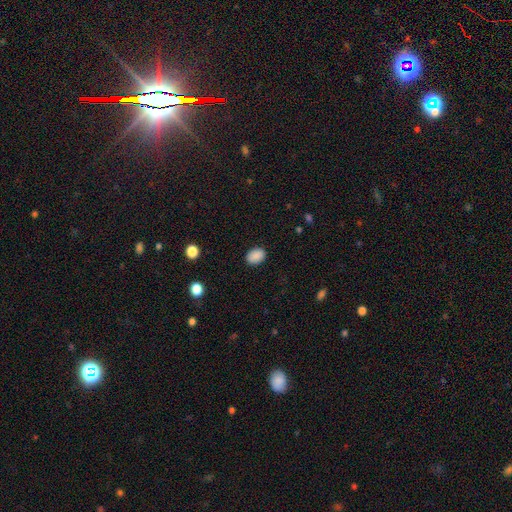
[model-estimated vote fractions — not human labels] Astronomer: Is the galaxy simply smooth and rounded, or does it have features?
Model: smooth — 88%.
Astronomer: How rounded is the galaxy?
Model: in between — 73%.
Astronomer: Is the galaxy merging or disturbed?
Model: none — 88%.